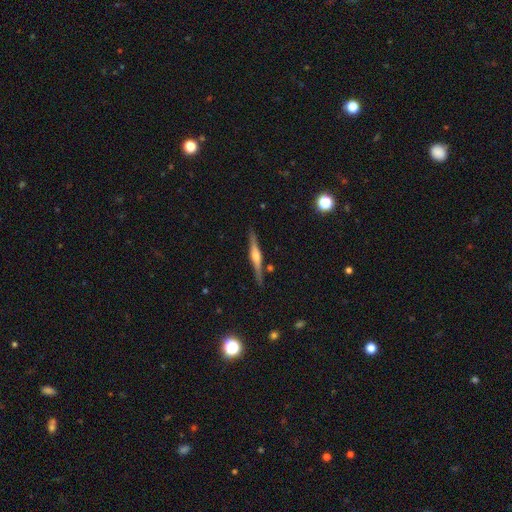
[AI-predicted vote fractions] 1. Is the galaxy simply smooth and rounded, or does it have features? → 77% featured or disk, 17% smooth, 6% star or artifact.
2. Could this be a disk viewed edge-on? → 98% yes, 2% no.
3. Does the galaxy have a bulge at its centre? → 86% rounded, 10% boxy, 4% none.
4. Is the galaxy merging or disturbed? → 88% none, 8% minor disturbance, 2% merger, 2% major disturbance.